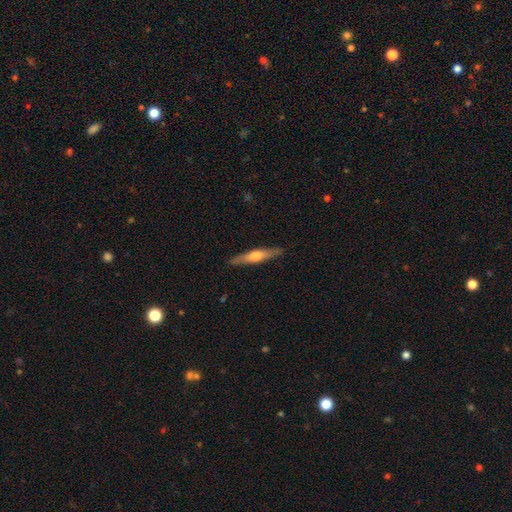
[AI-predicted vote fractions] Q: Smooth or featured?
A: featured or disk (56%); runner-up: smooth (39%)
Q: Edge-on disk?
A: yes (95%); runner-up: no (5%)
Q: Edge-on bulge?
A: rounded (79%); runner-up: boxy (12%)
Q: Merging?
A: none (89%); runner-up: minor disturbance (8%)